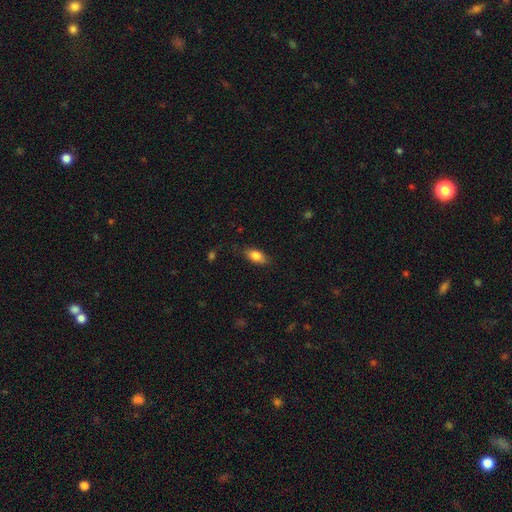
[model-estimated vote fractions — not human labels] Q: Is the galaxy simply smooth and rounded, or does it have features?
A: smooth — 82%.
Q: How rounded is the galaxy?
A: in between — 87%.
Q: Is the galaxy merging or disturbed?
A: none — 80%.